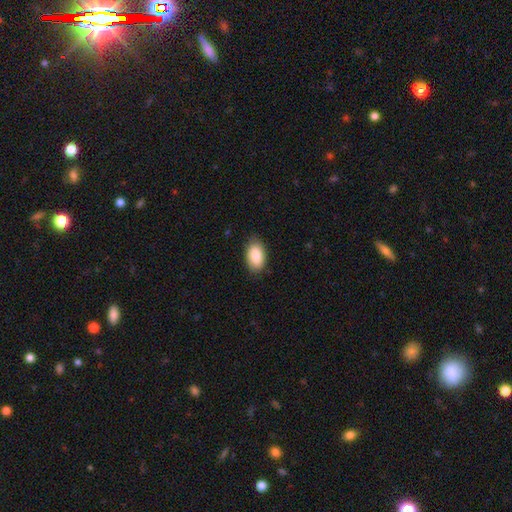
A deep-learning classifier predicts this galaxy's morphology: Overall: smooth (87%). How rounded: in between (93%). Merging: none (82%).